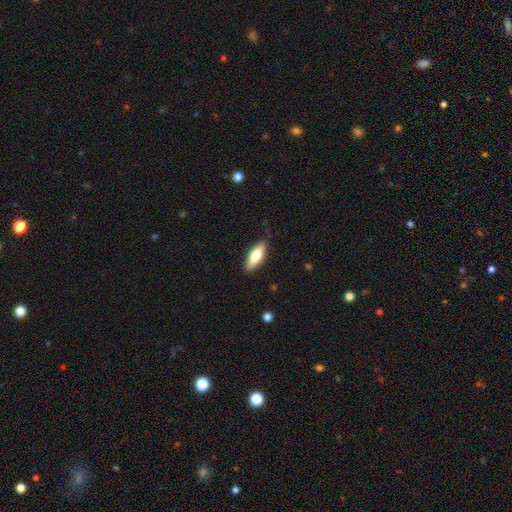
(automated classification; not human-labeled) Smooth or featured? smooth (68%)
How rounded? in between (60%)
Merging? none (86%)